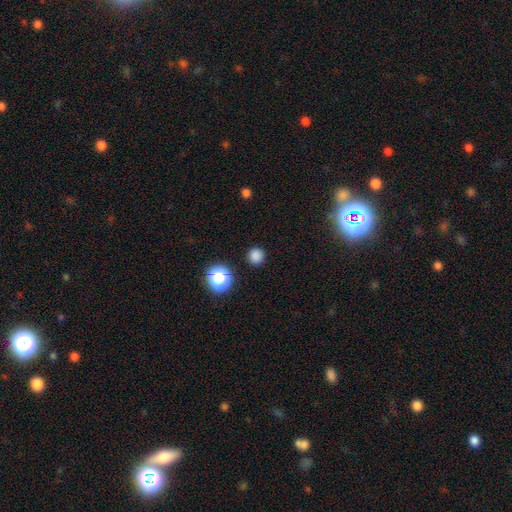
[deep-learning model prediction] A smooth galaxy with no disk features (81%) that is round (94%). Merging: none (90%).